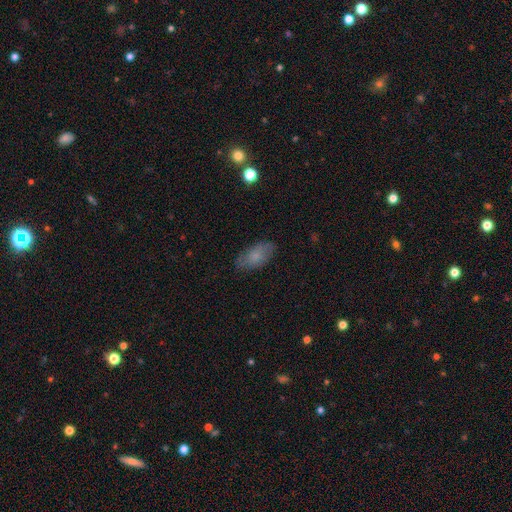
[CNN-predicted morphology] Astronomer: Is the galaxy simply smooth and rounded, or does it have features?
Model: smooth — 75%.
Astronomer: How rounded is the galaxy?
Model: in between — 91%.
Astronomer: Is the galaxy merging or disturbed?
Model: none — 78%.